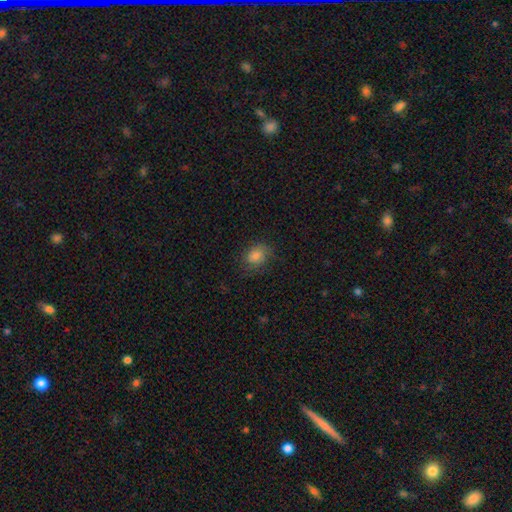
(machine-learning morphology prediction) type=smooth (78%); roundness=in between (53%); merging=none (73%).